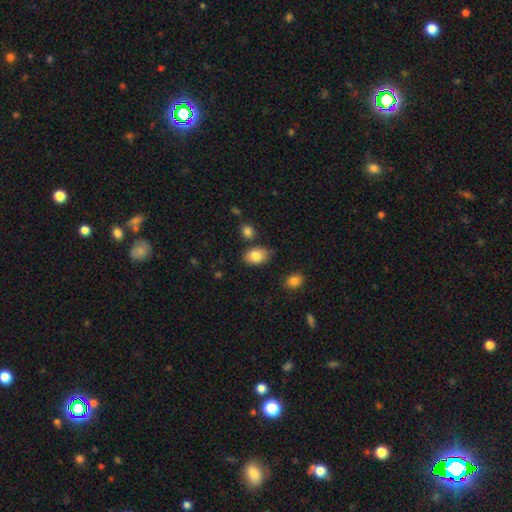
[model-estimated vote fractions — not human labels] smooth_or_featured: smooth (p=0.84) [alt: featured or disk p=0.09]
how_rounded: in between (p=0.85) [alt: round p=0.14]
merging: none (p=0.76) [alt: minor disturbance p=0.16]